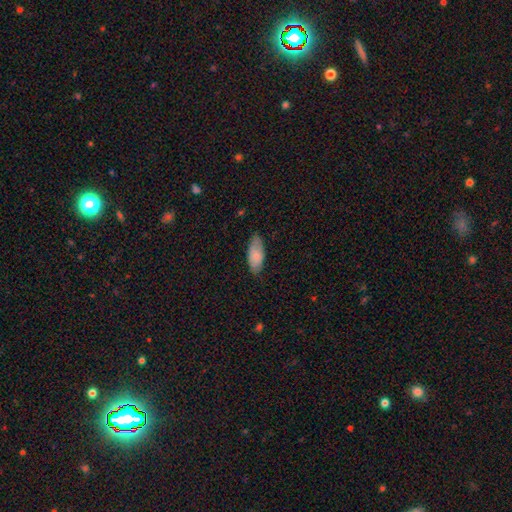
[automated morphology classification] This is likely a smooth galaxy (80%). How rounded: clearly in between (86%). Merging: likely none (75%).